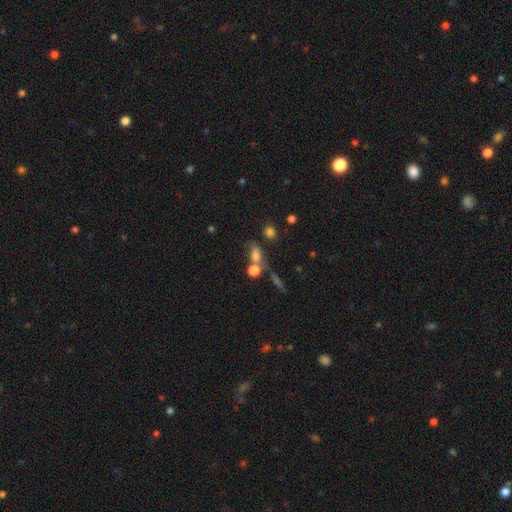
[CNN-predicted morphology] This is likely a smooth galaxy (71%). How rounded: likely in between (64%). Merging: marginally none (40%).